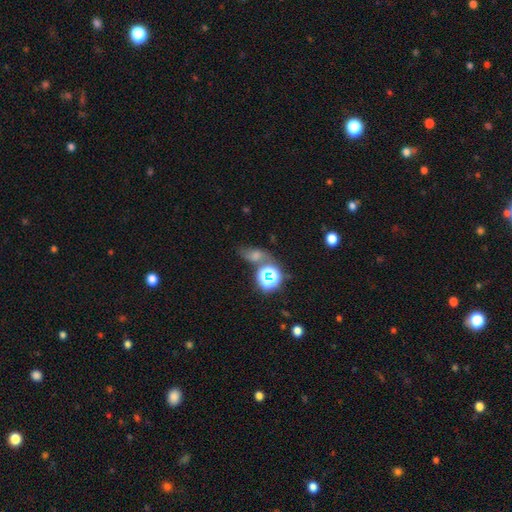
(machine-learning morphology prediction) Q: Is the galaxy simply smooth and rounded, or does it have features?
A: star or artifact — 52%.